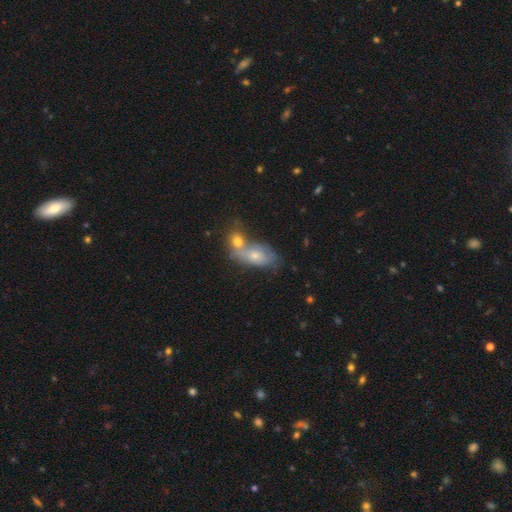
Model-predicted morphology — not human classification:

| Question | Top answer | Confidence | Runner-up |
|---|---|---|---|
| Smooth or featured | smooth | 59% | featured or disk (33%) |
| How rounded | in between | 85% | round (10%) |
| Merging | merger | 58% | none (23%) |